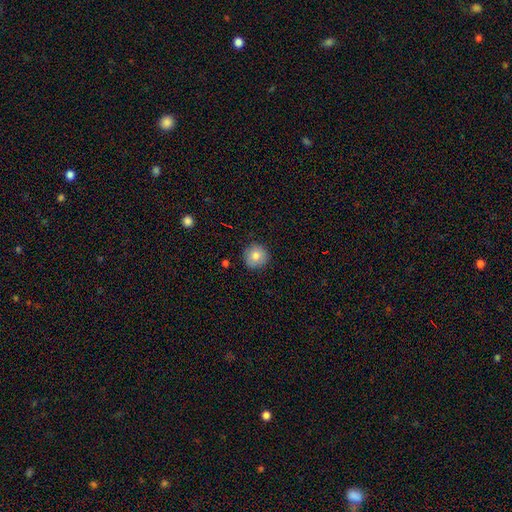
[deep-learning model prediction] Smooth or featured? smooth (81%)
How rounded? round (94%)
Merging? none (88%)